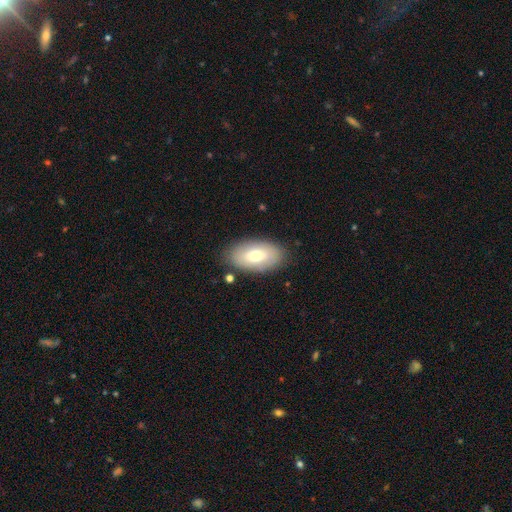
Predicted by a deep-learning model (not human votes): Overall: smooth (71%). How rounded: in between (94%). Merging: none (84%).